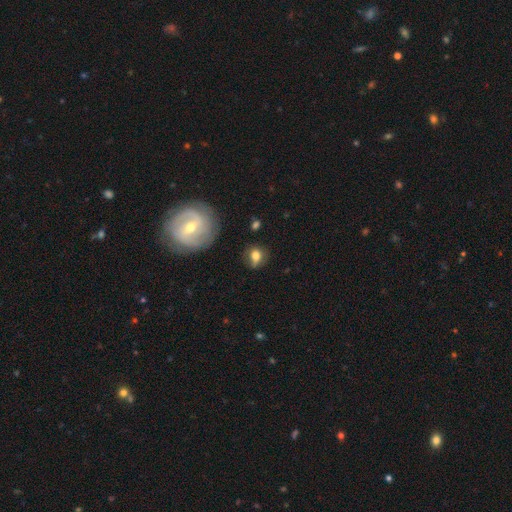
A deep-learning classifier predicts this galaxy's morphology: type=smooth (68%); roundness=round (55%); merging=none (64%).